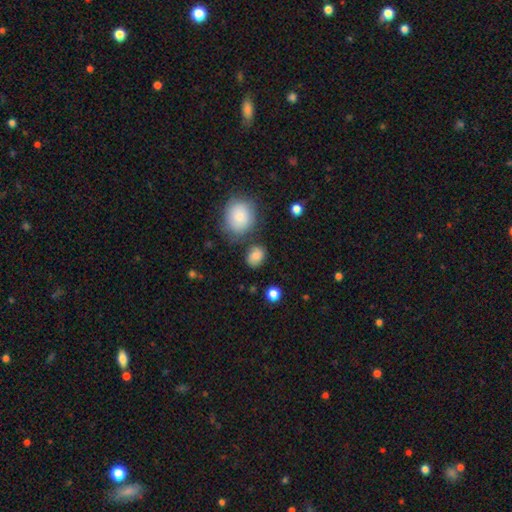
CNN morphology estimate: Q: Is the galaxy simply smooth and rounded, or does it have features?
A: smooth — 81%.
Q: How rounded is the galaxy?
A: in between — 55%.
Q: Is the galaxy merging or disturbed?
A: none — 71%.